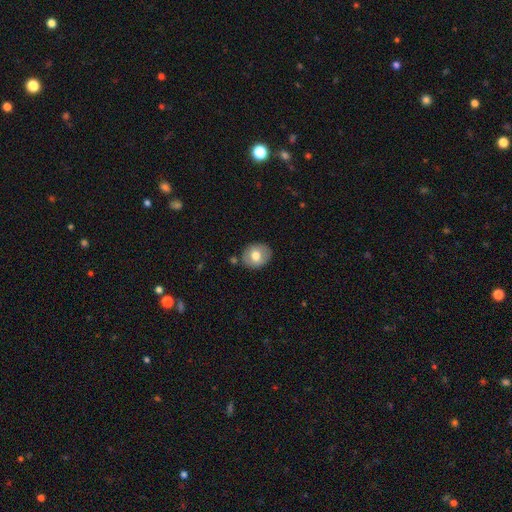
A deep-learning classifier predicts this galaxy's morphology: This appears to be a smooth galaxy with no disk features (67%) that is round (62%). Merging: none (81%).